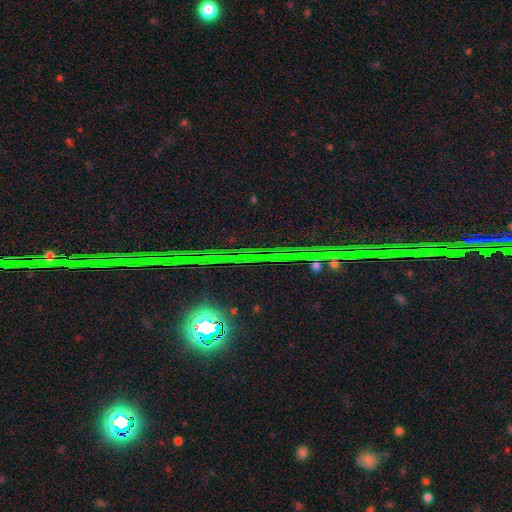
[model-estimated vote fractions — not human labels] This is clearly a star or artifact rather than a galaxy (82%).